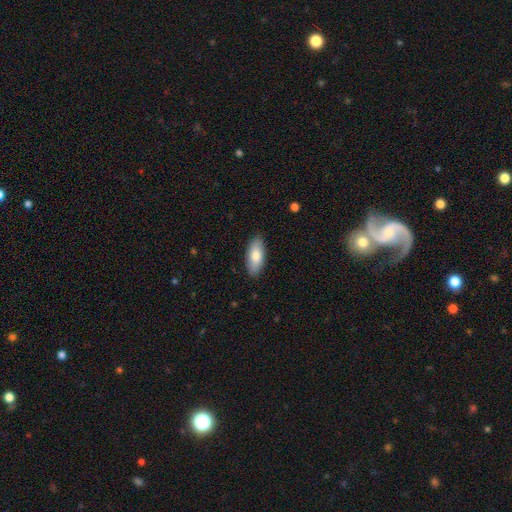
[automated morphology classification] A smooth galaxy with no disk features (79%) that is in between round and cigar-shaped (83%).

Vote fractions:
- Smooth or featured? smooth: 79% / featured or disk: 15% / star or artifact: 6%
- How rounded? in between: 83% / cigar-shaped: 15% / round: 2%
- Merging? none: 88% / minor disturbance: 9% / major disturbance: 2% / merger: 1%